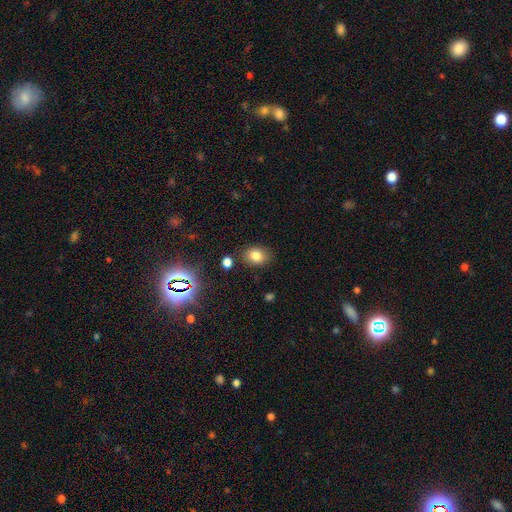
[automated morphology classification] Smooth or featured? smooth (79%)
How rounded? in between (59%)
Merging? none (82%)